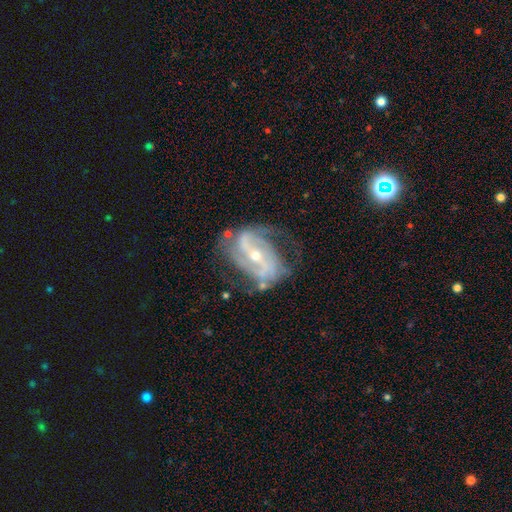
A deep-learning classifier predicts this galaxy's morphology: featured or disk 88%, star or artifact 6%, smooth 6%. Down the decision tree: edge-on disk — no (96%); bar — strong (50%); spiral arms — yes (94%); spiral arm count — 2 (70%); spiral winding — medium (44%); bulge size — small (60%); merging — none (53%).